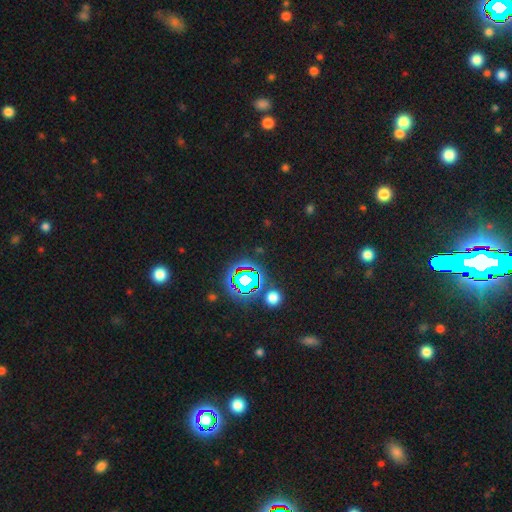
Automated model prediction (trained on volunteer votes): Overall: star or artifact (81%).